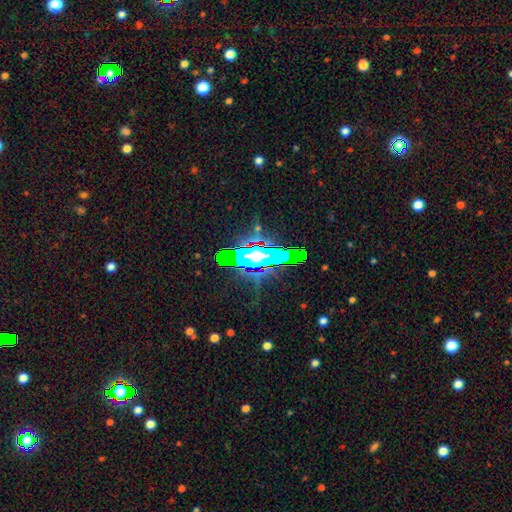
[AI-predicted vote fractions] This is possibly a star or artifact rather than a galaxy (48%).